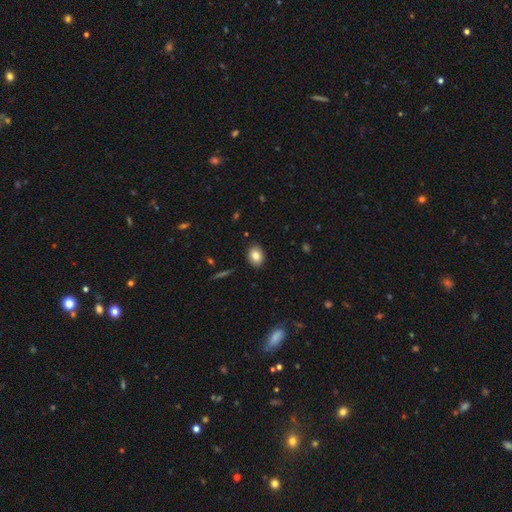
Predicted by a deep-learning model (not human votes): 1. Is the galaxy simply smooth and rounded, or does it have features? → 82% smooth, 9% featured or disk, 9% star or artifact.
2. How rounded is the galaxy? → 62% in between, 37% round, 1% cigar-shaped.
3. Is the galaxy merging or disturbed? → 89% none, 8% minor disturbance, 2% major disturbance, 1% merger.